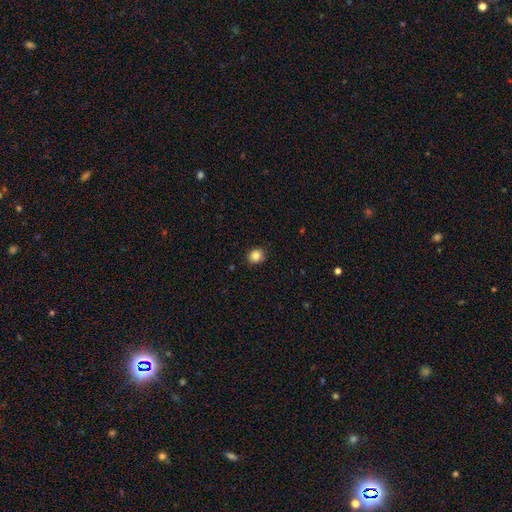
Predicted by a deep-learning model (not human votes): A smooth galaxy with no disk features (84%) that is round (75%).

Vote fractions:
- Smooth or featured? smooth: 84% / star or artifact: 10% / featured or disk: 5%
- How rounded? round: 75% / in between: 24% / cigar-shaped: 1%
- Merging? none: 90% / minor disturbance: 7% / major disturbance: 2% / merger: 1%